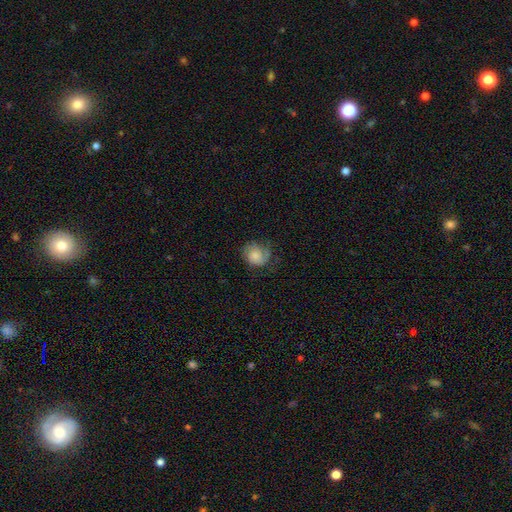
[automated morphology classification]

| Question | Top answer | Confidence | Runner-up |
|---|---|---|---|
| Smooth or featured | smooth | 66% | featured or disk (26%) |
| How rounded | round | 73% | in between (26%) |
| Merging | none | 54% | minor disturbance (28%) |